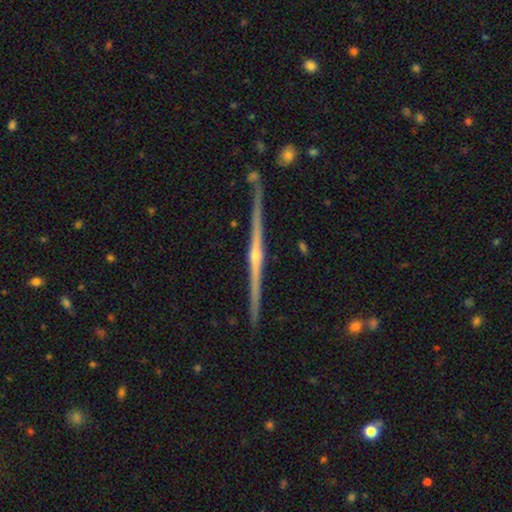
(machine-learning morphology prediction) The model was most divided on "edge-on bulge": rounded: 82%, none: 13%, boxy: 5%. More confident: edge-on disk — yes (99%); merging — none (89%); smooth or featured — featured or disk (88%).